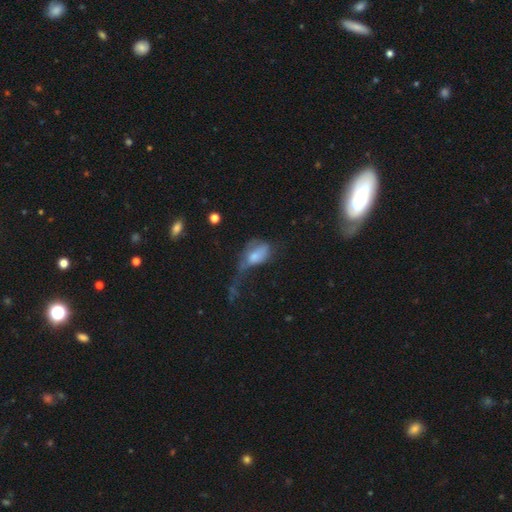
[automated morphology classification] This appears to be a smooth galaxy with no disk features (64%) that is in between round and cigar-shaped (86%). Merging: major disturbance (61%).